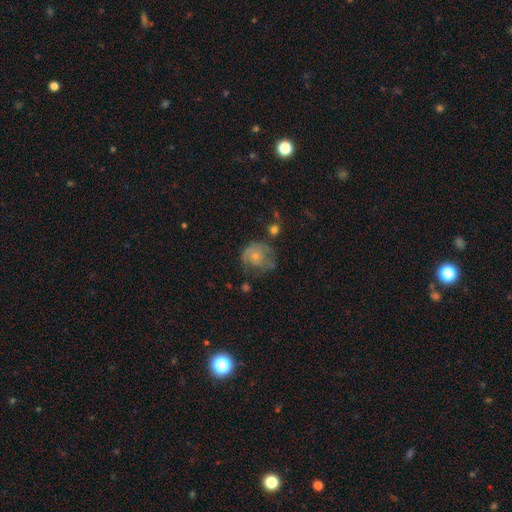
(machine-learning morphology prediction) Smooth or featured? smooth (46%, tied with featured or disk)
Merging? none (42%)